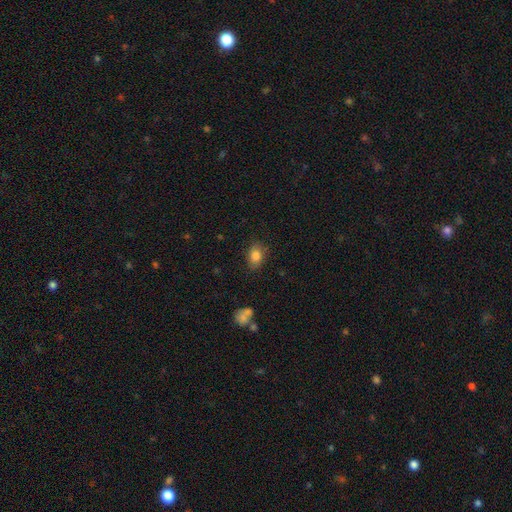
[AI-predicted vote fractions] smooth-or-featured: smooth: 82% | star or artifact: 10% | featured or disk: 8%
  how-rounded: in between: 72% | round: 27% | cigar-shaped: 1%
  merging: none: 83% | minor disturbance: 13% | major disturbance: 3% | merger: 2%